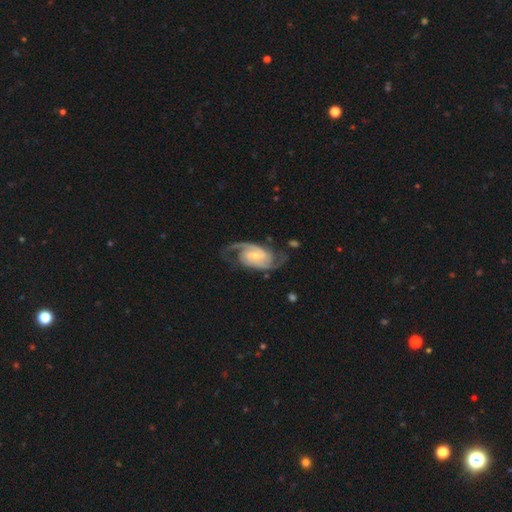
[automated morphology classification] smooth_or_featured: featured or disk (p=0.91) [alt: smooth p=0.05]
disk_edge_on: no (p=0.97) [alt: yes p=0.03]
bar: weak (p=0.48) [alt: no p=0.34]
has_spiral_arms: yes (p=0.98) [alt: no p=0.02]
spiral_winding: medium (p=0.52) [alt: tight p=0.30]
spiral_arm_count: 2 (p=0.87) [alt: 3 p=0.05]
bulge_size: small (p=0.60) [alt: moderate p=0.33]
merging: none (p=0.72) [alt: minor disturbance p=0.16]